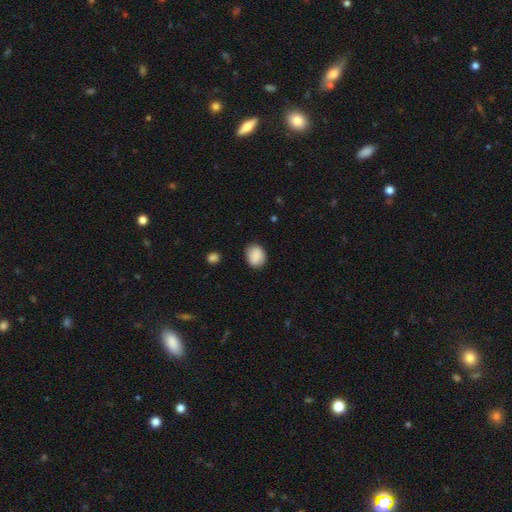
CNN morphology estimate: smooth 89%, star or artifact 7%, featured or disk 4%. Down the decision tree: how rounded — in between (51%); merging — none (83%).